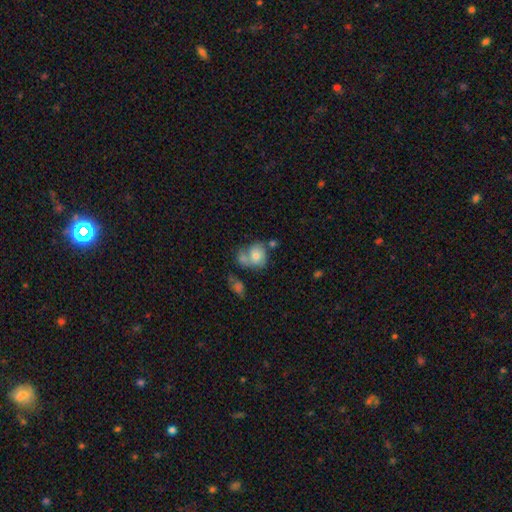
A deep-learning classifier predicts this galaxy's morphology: smooth-or-featured: smooth: 56% | featured or disk: 36% | star or artifact: 9%
  how-rounded: round: 58% | in between: 41% | cigar-shaped: 1%
  merging: merger: 37% | none: 32% | minor disturbance: 18% | major disturbance: 14%